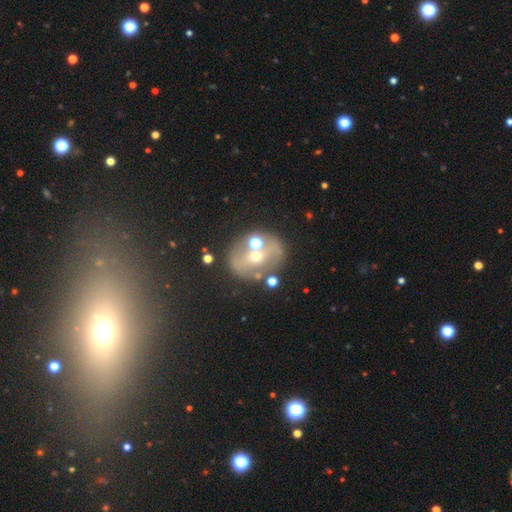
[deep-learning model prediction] This appears to be a featured or disk galaxy (52%). Merging: none (68%).